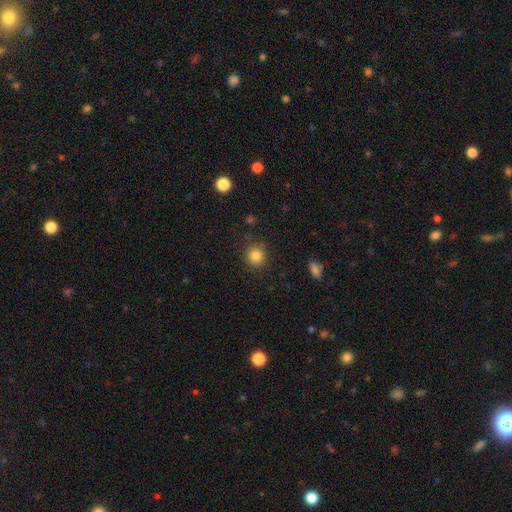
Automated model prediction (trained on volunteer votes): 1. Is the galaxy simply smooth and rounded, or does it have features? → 84% smooth, 11% star or artifact, 5% featured or disk.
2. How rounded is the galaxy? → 88% round, 11% in between, 1% cigar-shaped.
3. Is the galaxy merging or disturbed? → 86% none, 9% minor disturbance, 3% major disturbance, 2% merger.